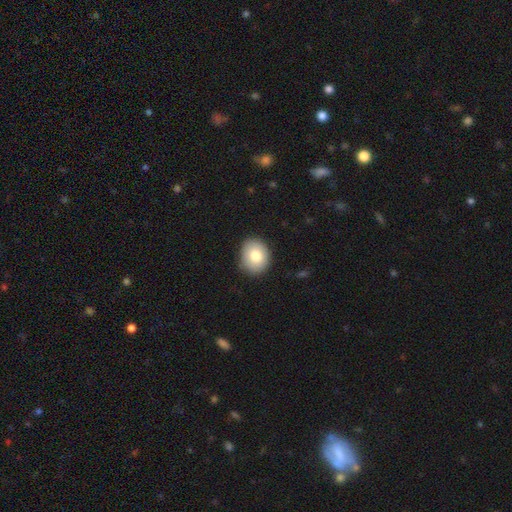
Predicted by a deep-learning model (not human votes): Overall: smooth (79%). How rounded: round (56%; in between 43%). Merging: none (86%).